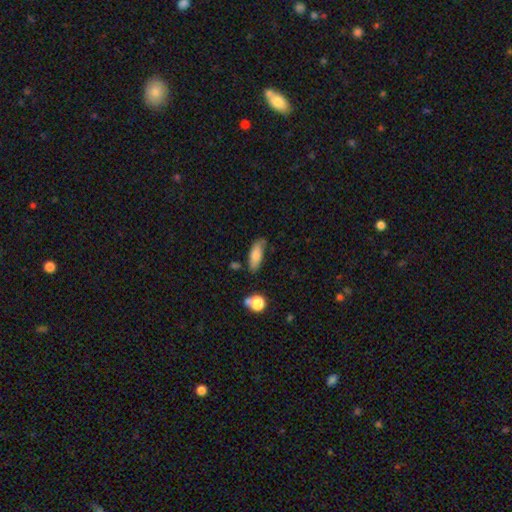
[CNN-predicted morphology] A smooth galaxy with no disk features (78%) that is in between round and cigar-shaped (70%).

Vote fractions:
- Smooth or featured? smooth: 78% / featured or disk: 14% / star or artifact: 8%
- How rounded? in between: 70% / cigar-shaped: 27% / round: 3%
- Merging? none: 65% / minor disturbance: 24% / major disturbance: 6% / merger: 5%